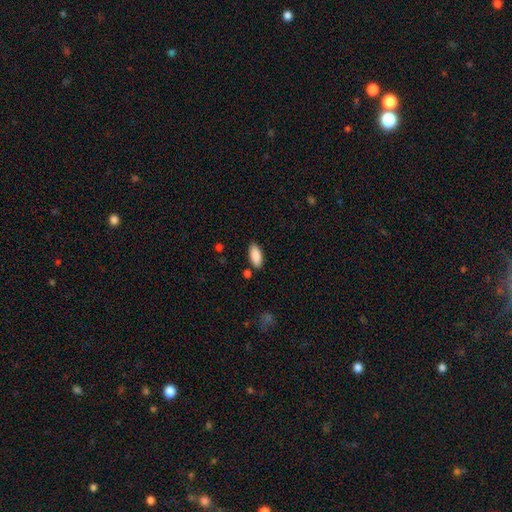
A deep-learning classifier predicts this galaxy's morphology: Smooth or featured?
  - smooth: 89% *
  - star or artifact: 6%
  - featured or disk: 5%
How rounded?
  - in between: 88% *
  - cigar-shaped: 10%
  - round: 2%
Merging?
  - none: 84% *
  - minor disturbance: 10%
  - merger: 3%
  - major disturbance: 2%